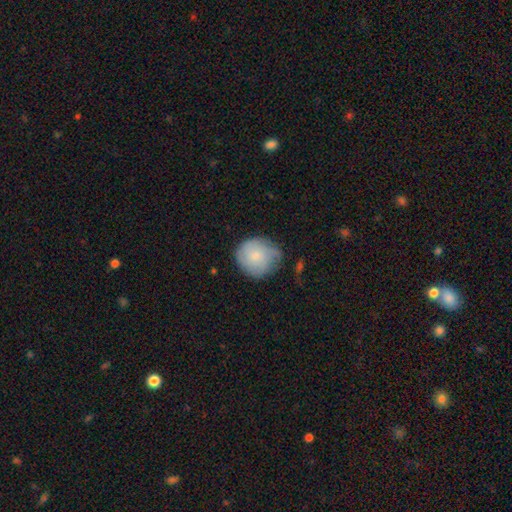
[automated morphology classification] Q: Smooth or featured?
A: smooth (70%); runner-up: featured or disk (24%)
Q: How rounded?
A: round (85%); runner-up: in between (14%)
Q: Merging?
A: none (55%); runner-up: minor disturbance (33%)